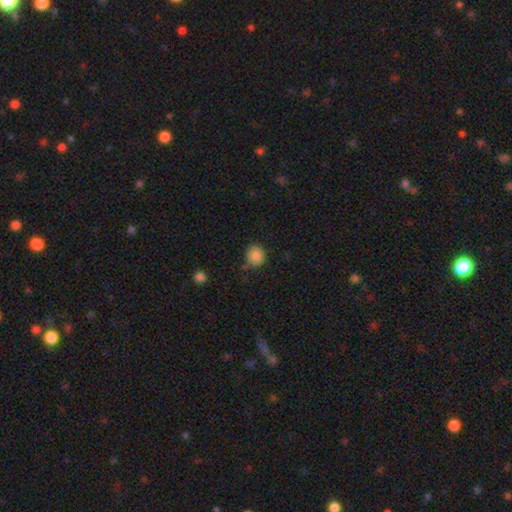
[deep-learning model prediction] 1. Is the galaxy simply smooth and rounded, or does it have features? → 86% smooth, 9% star or artifact, 5% featured or disk.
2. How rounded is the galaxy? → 78% round, 21% in between, 1% cigar-shaped.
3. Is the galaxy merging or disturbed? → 74% none, 18% minor disturbance, 4% merger, 4% major disturbance.